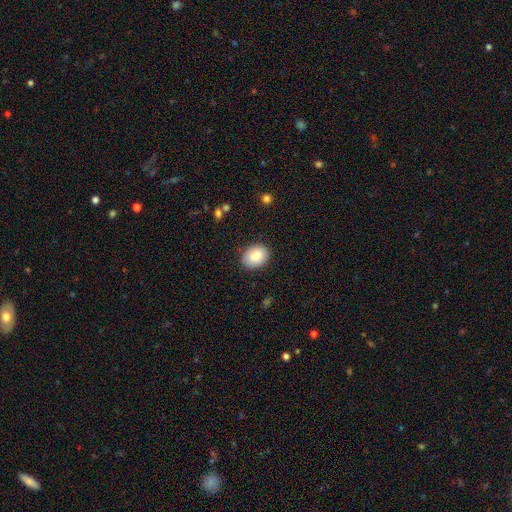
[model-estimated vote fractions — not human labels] Morphology: type=smooth (84%); roundness=in between (60%); merging=none (88%).